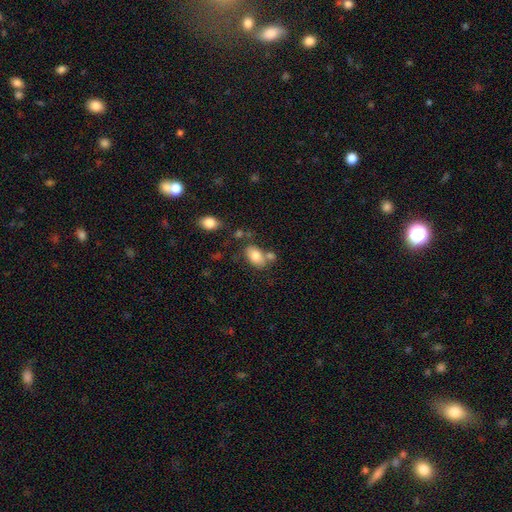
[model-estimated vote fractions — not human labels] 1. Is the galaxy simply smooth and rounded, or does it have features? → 81% smooth, 11% featured or disk, 8% star or artifact.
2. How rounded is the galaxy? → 87% in between, 12% round, 2% cigar-shaped.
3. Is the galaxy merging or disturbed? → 54% none, 24% merger, 16% minor disturbance, 6% major disturbance.